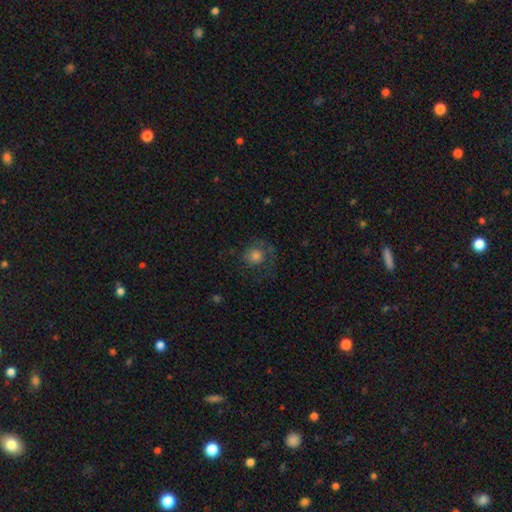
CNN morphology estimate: smooth-or-featured: smooth: 61% | featured or disk: 25% | star or artifact: 14%
  how-rounded: round: 85% | in between: 14% | cigar-shaped: 1%
  merging: none: 58% | major disturbance: 23% | minor disturbance: 17% | merger: 2%